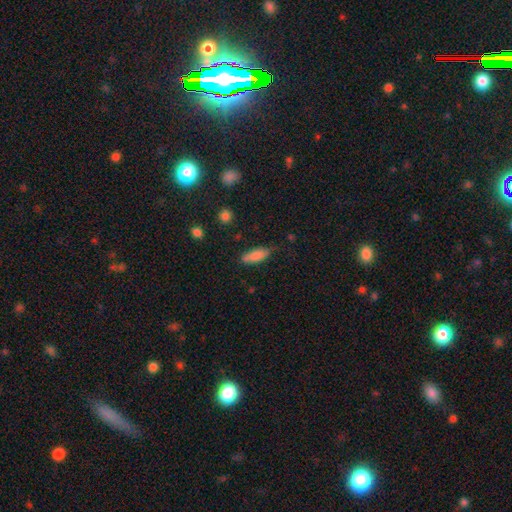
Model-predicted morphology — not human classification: The model was most divided on "how rounded": in between: 61%, cigar-shaped: 37%, round: 2%. More confident: smooth or featured — smooth (81%); merging — none (74%).